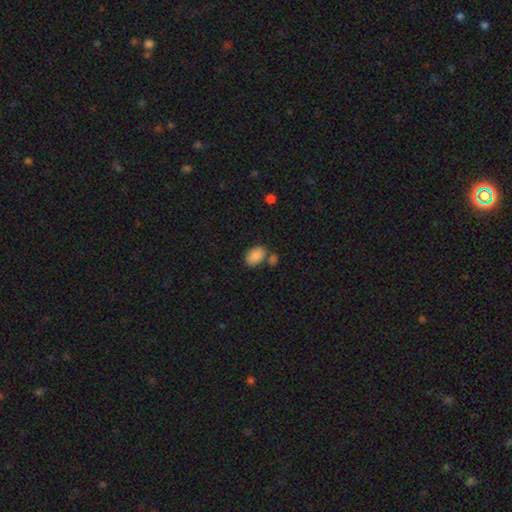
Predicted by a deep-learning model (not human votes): Overall: smooth (88%). How rounded: in between (88%). Merging: none (59%; merger 21%).